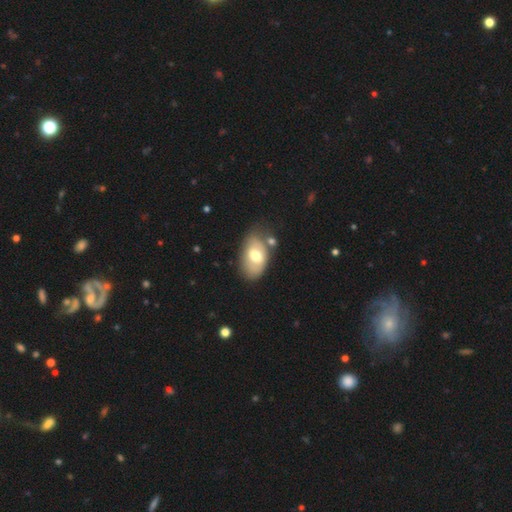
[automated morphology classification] smooth_or_featured: smooth (p=0.62) [alt: featured or disk p=0.32]
how_rounded: in between (p=0.92) [alt: round p=0.07]
merging: none (p=0.58) [alt: minor disturbance p=0.23]